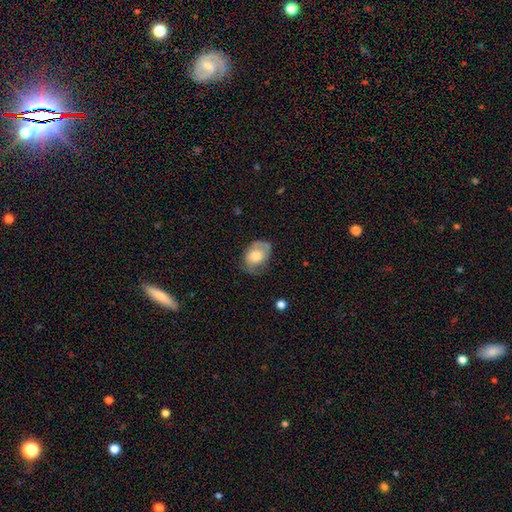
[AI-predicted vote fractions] featured or disk 47%, smooth 45%, star or artifact 8%. Down the decision tree: merging — none (61%).